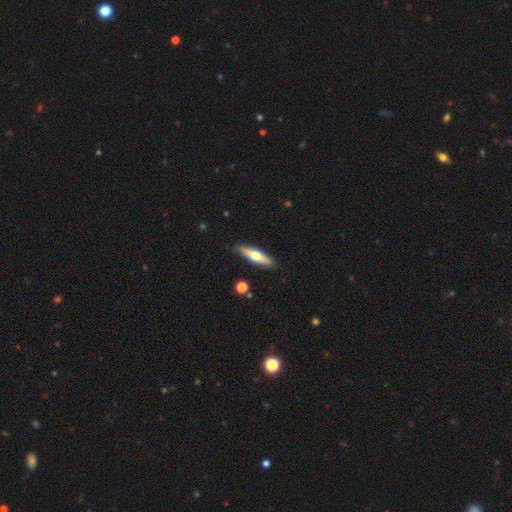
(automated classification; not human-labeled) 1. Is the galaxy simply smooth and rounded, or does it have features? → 49% smooth, 46% featured or disk, 6% star or artifact.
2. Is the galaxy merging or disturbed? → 87% none, 9% minor disturbance, 2% major disturbance, 2% merger.